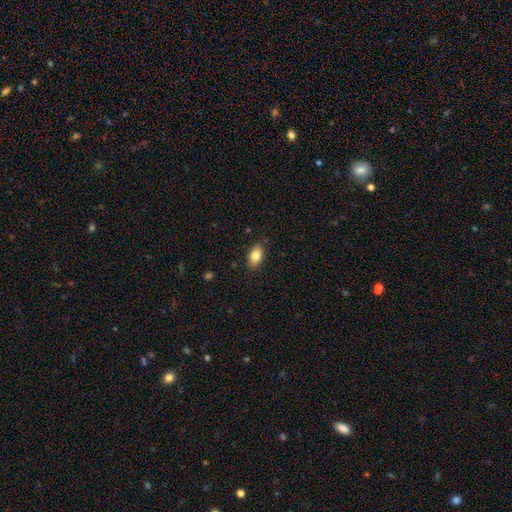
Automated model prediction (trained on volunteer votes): smooth_or_featured: smooth (p=0.82) [alt: featured or disk p=0.11]
how_rounded: in between (p=0.90) [alt: round p=0.07]
merging: none (p=0.87) [alt: minor disturbance p=0.10]